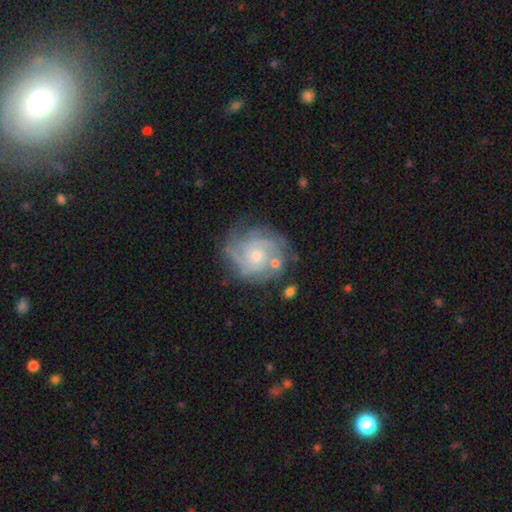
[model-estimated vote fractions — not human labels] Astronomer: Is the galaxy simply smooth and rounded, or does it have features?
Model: featured or disk — 83%.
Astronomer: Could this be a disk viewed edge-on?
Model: no — 98%.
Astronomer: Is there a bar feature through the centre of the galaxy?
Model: no — 75%.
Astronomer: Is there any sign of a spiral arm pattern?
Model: yes — 94%.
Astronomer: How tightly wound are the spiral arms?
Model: tight — 67%.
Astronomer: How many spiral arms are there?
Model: can't tell — 30% (runner-up: 3, 26%).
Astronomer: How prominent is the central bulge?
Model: small — 51% (runner-up: moderate, 44%).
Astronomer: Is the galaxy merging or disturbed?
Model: none — 72%.